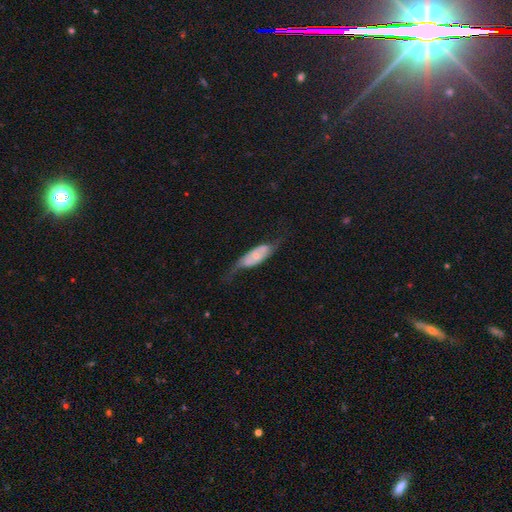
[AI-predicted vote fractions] Overall: featured or disk (61%; smooth 33%). Edge-on disk: no (75%). Merging: none (50%; minor disturbance 26%).